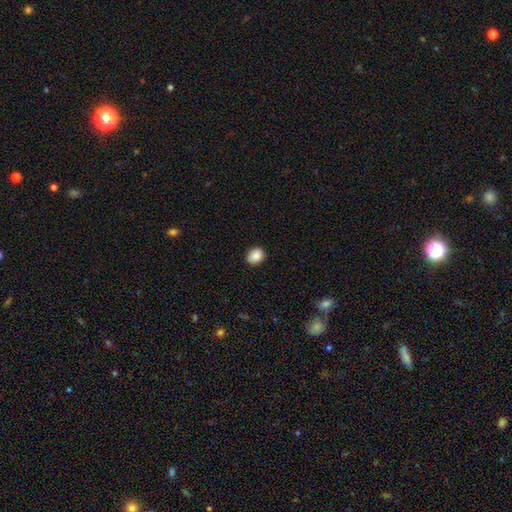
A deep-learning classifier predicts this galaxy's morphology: smooth 88%, star or artifact 8%, featured or disk 4%. Down the decision tree: how rounded — round (57%); merging — none (89%).